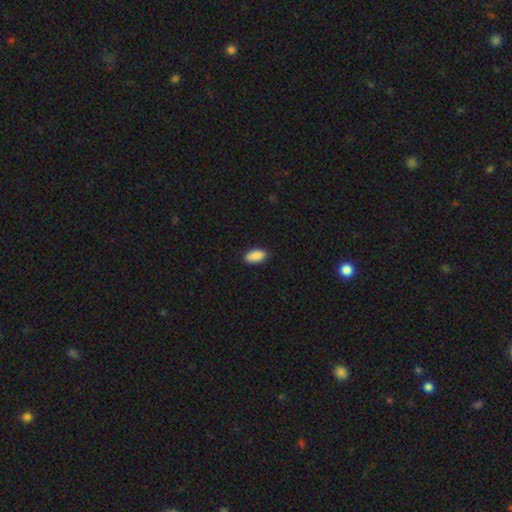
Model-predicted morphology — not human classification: Q: Smooth or featured?
A: smooth (90%); runner-up: star or artifact (7%)
Q: How rounded?
A: in between (92%); runner-up: cigar-shaped (5%)
Q: Merging?
A: none (88%); runner-up: minor disturbance (9%)